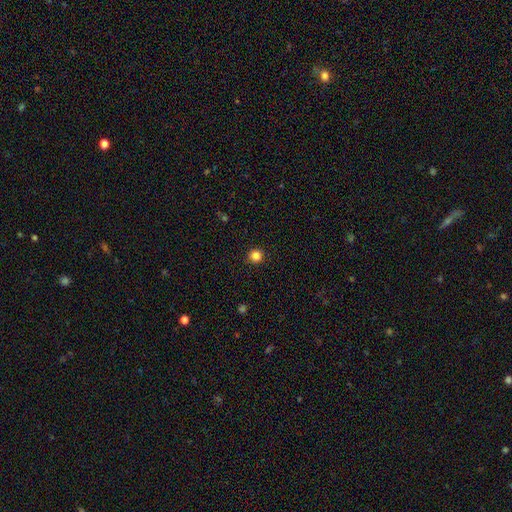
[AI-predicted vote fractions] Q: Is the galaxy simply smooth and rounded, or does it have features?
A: smooth — 84%.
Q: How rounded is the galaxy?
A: round — 94%.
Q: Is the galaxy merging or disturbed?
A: none — 92%.